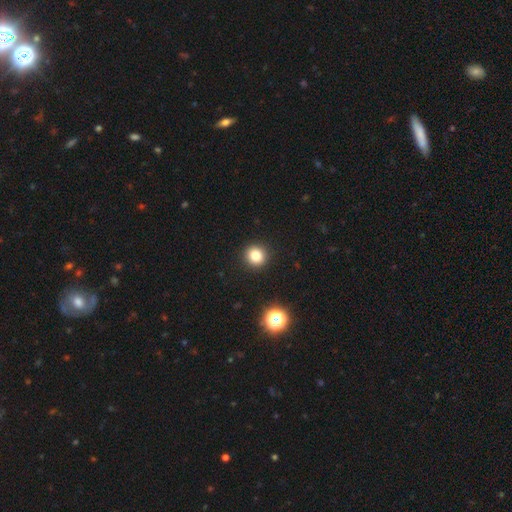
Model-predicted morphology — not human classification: This appears to be a smooth galaxy with no disk features (81%) that is round (91%). Merging: none (92%).